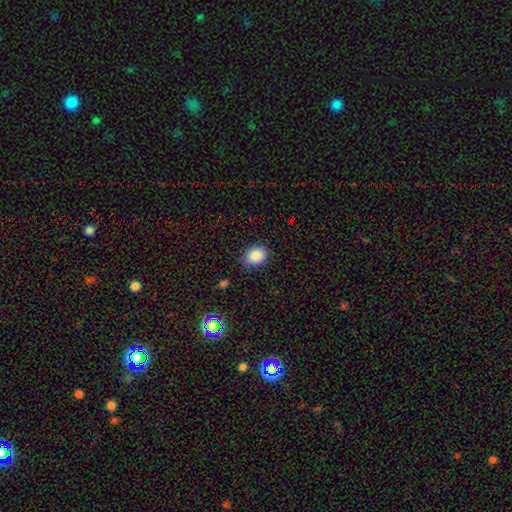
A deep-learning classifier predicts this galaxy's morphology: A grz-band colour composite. It shows a smooth galaxy with no disk features (86%) that is in between round and cigar-shaped (57%). Merging: none (85%).